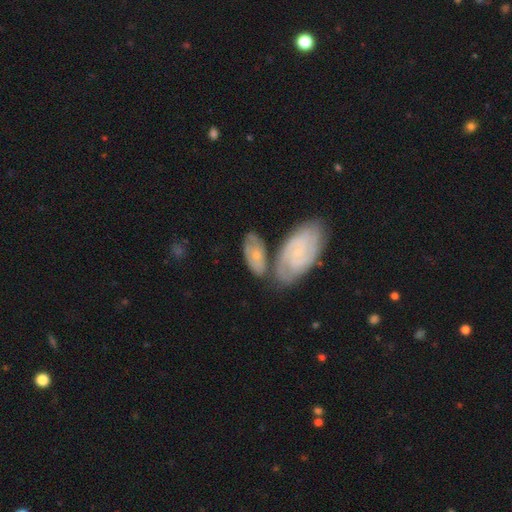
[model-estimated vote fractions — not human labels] Smooth or featured: featured or disk — 57% (smooth — 37%)
Edge-on disk: no — 91% (yes — 9%)
Bar: no — 79% (weak — 17%)
Spiral arms: yes — 72% (no — 28%)
Bulge size: small — 71% (moderate — 23%)
Merging: none — 50% (merger — 27%)